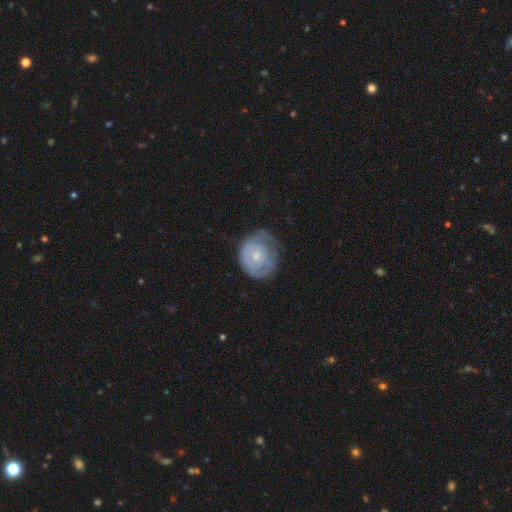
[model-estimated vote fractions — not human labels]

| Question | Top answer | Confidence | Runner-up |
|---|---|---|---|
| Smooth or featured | featured or disk | 58% | smooth (35%) |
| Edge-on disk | no | 97% | yes (3%) |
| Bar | no | 81% | weak (16%) |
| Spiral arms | yes | 69% | no (31%) |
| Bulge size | small | 69% | moderate (26%) |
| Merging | none | 48% | minor disturbance (31%) |